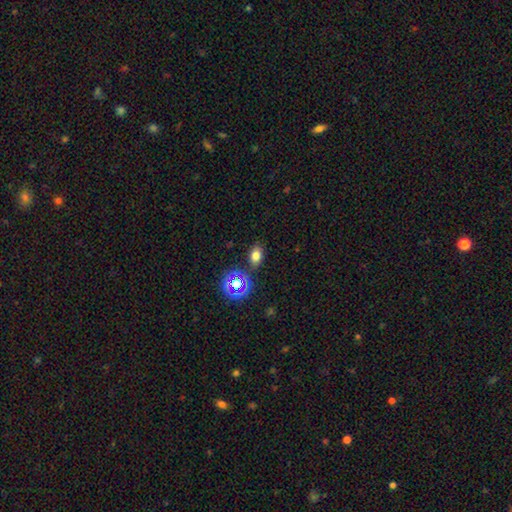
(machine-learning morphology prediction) smooth 71%, star or artifact 20%, featured or disk 9%. Down the decision tree: how rounded — in between (77%); merging — none (82%).